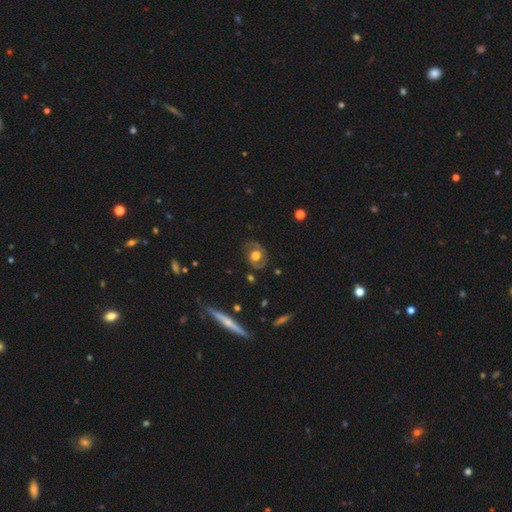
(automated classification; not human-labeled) featured or disk 66%, smooth 26%, star or artifact 7%. Down the decision tree: edge-on disk — no (95%); bar — no (67%); spiral arms — yes (78%); bulge size — moderate (50%); merging — none (75%).